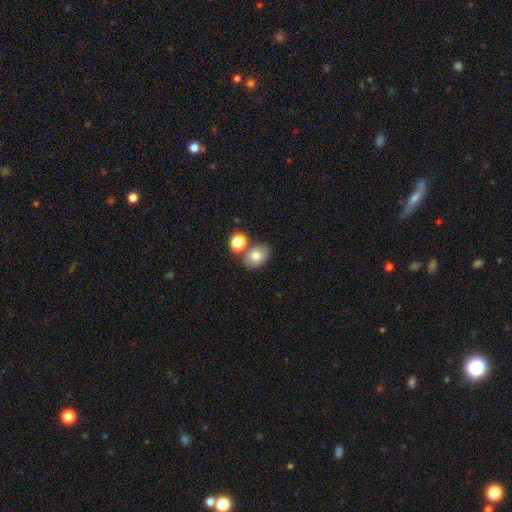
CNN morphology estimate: Smooth or featured?
  - smooth: 79% *
  - featured or disk: 11%
  - star or artifact: 10%
How rounded?
  - in between: 67% *
  - round: 32%
  - cigar-shaped: 1%
Merging?
  - none: 67% *
  - merger: 17%
  - minor disturbance: 12%
  - major disturbance: 3%